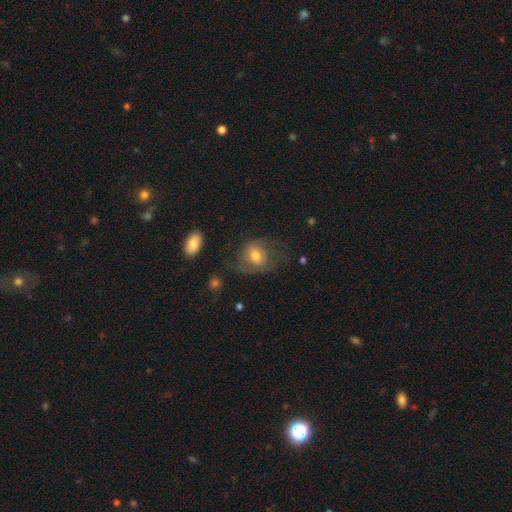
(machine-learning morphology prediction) smooth 52%, featured or disk 38%, star or artifact 10%. Down the decision tree: how rounded — round (58%); merging — none (48%).